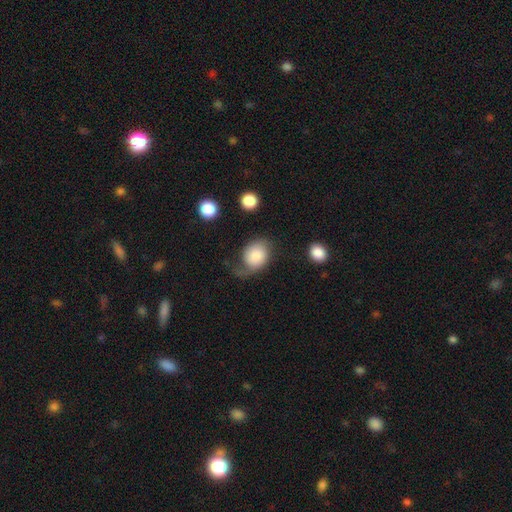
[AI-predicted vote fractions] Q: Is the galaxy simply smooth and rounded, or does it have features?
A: smooth — 66%.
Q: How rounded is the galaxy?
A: in between — 50%.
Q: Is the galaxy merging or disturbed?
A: none — 37%.